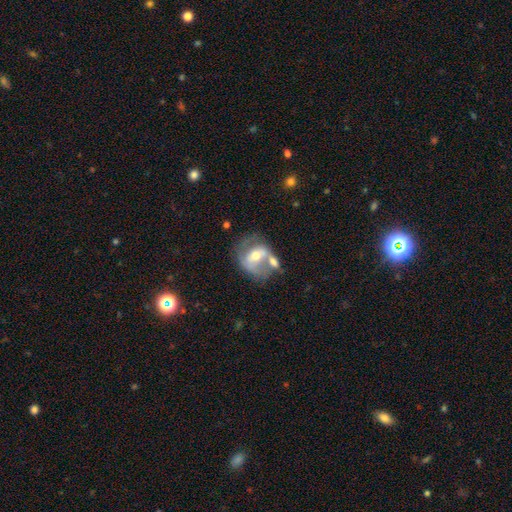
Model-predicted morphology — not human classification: Smooth or featured?
  - featured or disk: 62% *
  - smooth: 31%
  - star or artifact: 7%
Edge-on disk?
  - no: 95% *
  - yes: 5%
Bar?
  - no: 37% *
  - weak: 35%
  - strong: 27%
Spiral arms?
  - yes: 53% *
  - no: 47%
Bulge size?
  - moderate: 67% *
  - small: 24%
  - large: 6%
  - none: 2%
  - dominant: 1%
Merging?
  - merger: 43% *
  - none: 29%
  - minor disturbance: 15%
  - major disturbance: 13%